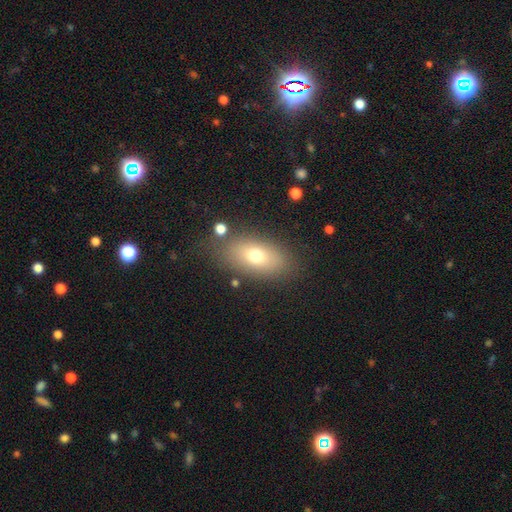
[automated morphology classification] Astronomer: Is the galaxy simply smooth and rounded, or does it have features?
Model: smooth — 71%.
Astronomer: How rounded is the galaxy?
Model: in between — 86%.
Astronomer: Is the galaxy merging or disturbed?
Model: none — 79%.